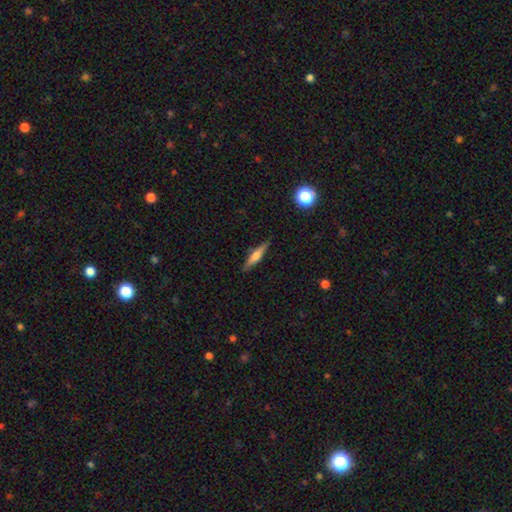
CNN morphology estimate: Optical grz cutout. It shows a featured or disk galaxy (47%). Merging: none (88%).